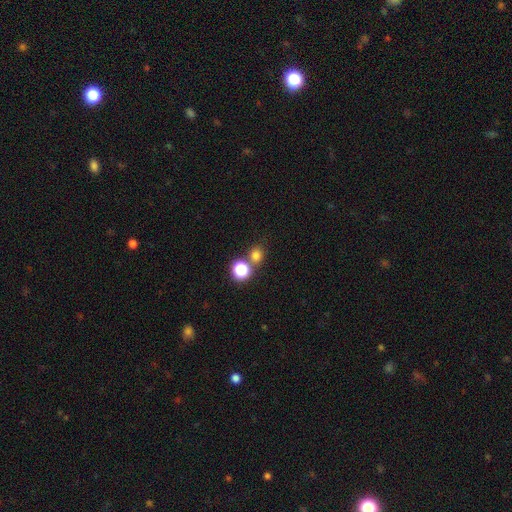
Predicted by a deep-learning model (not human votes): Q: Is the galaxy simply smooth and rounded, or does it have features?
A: smooth — 73%.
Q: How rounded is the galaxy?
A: round — 80%.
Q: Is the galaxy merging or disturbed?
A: none — 66%.